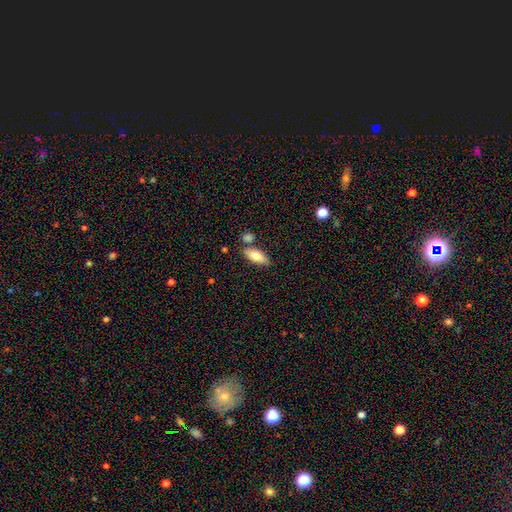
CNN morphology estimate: smooth_or_featured: smooth (p=0.81) [alt: featured or disk p=0.13]
how_rounded: in between (p=0.85) [alt: cigar-shaped p=0.13]
merging: none (p=0.73) [alt: merger p=0.13]